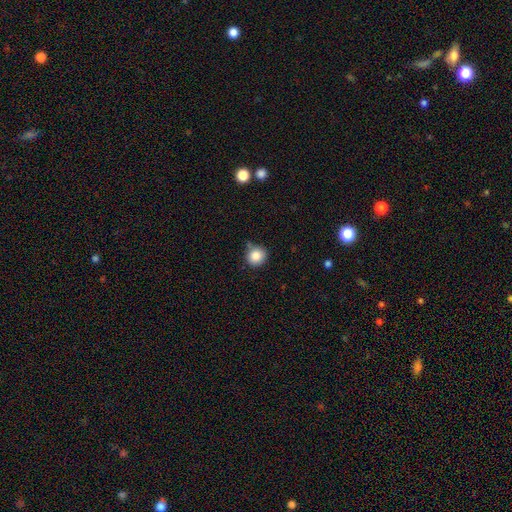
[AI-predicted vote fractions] Smooth or featured?
  - smooth: 85% *
  - star or artifact: 10%
  - featured or disk: 5%
How rounded?
  - round: 90% *
  - in between: 9%
  - cigar-shaped: 1%
Merging?
  - none: 71% *
  - minor disturbance: 19%
  - merger: 6%
  - major disturbance: 4%